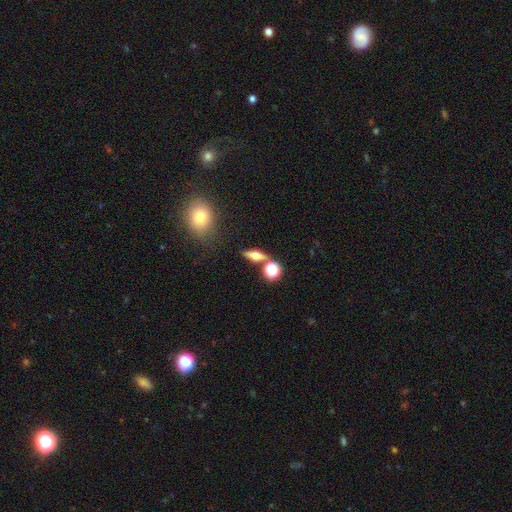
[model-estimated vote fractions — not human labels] Smooth or featured? Predicted: featured or disk (p=0.48). Merging? Predicted: none (p=0.73).